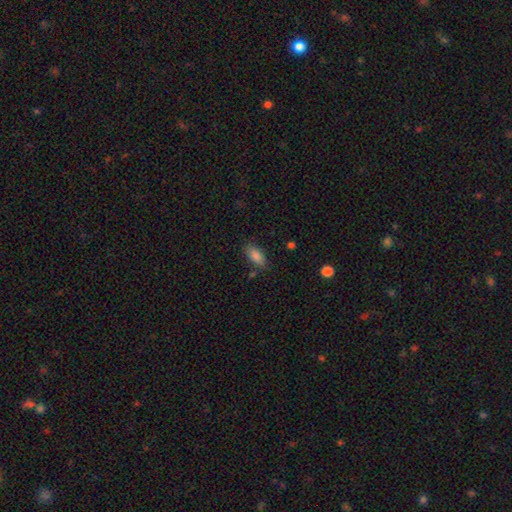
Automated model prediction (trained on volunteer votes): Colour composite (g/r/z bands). It shows a smooth galaxy with no disk features (85%) that is in between round and cigar-shaped (88%). Merging: none (77%).